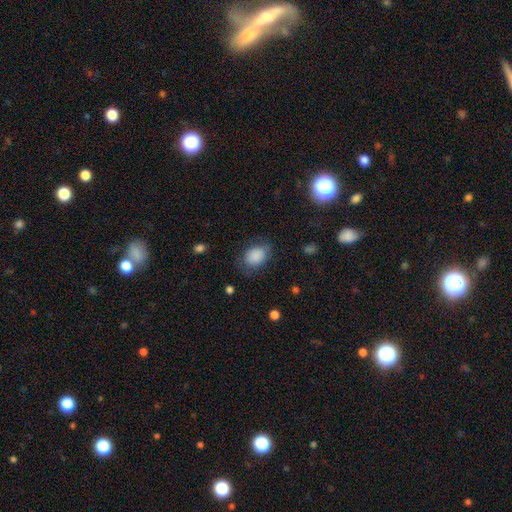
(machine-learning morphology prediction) smooth 86%, star or artifact 8%, featured or disk 6%. Down the decision tree: how rounded — in between (69%); merging — none (66%).